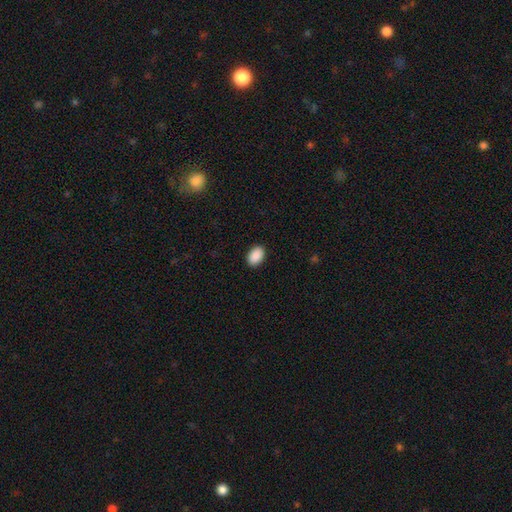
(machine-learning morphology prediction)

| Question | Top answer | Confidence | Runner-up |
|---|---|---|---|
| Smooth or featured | smooth | 91% | star or artifact (7%) |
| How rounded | in between | 87% | round (11%) |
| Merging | none | 91% | minor disturbance (7%) |